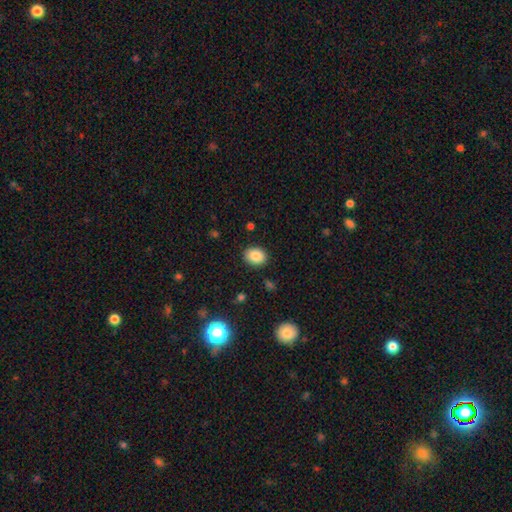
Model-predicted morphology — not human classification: type=smooth (86%); roundness=in between (54%); merging=none (88%).